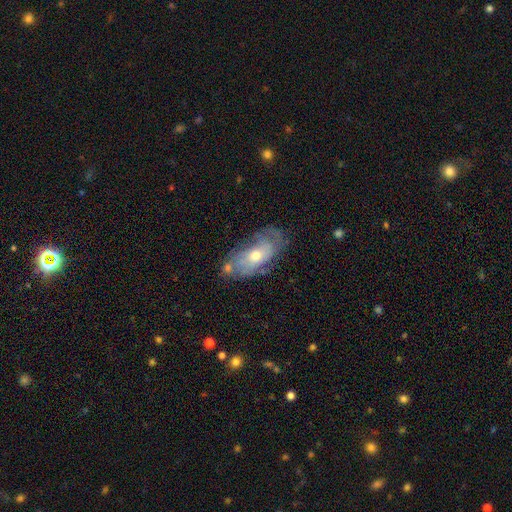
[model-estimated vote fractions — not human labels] Overall: featured or disk (63%; smooth 29%). Edge-on disk: no (89%). Bar: no (79%). Spiral arms: yes (67%; no 33%). Bulge size: moderate (61%; small 33%). Merging: none (60%; minor disturbance 25%).